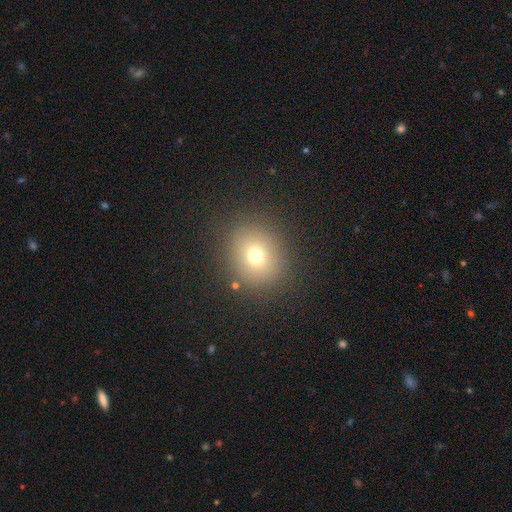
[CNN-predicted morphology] Smooth or featured? smooth (71%)
How rounded? round (79%)
Merging? none (87%)